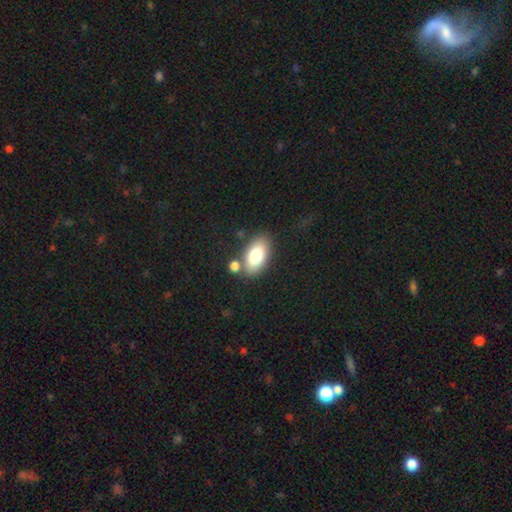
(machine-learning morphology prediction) Smooth or featured? Predicted: smooth (p=0.78). How rounded? Predicted: in between (p=0.93). Merging? Predicted: none (p=0.73).